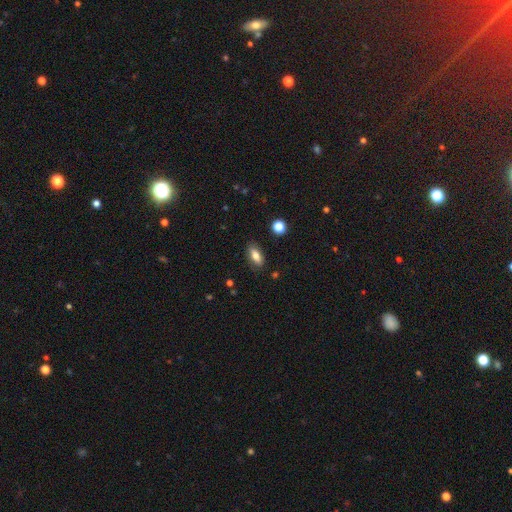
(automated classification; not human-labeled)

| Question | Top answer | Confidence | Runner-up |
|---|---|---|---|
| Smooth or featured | smooth | 76% | featured or disk (16%) |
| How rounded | in between | 81% | cigar-shaped (15%) |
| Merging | none | 85% | minor disturbance (11%) |